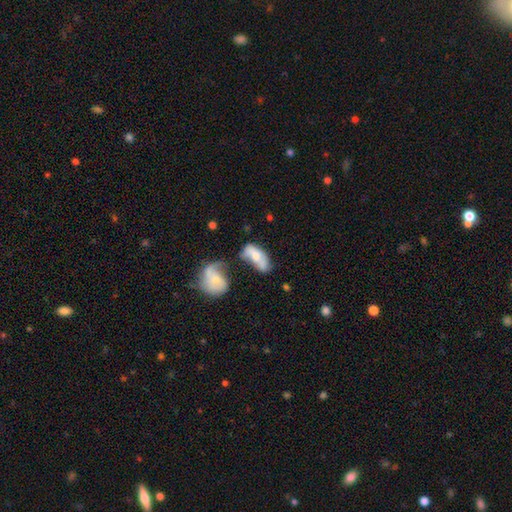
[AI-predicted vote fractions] This is possibly a smooth galaxy (59%). How rounded: clearly in between (87%). Merging: marginally merger (37%).